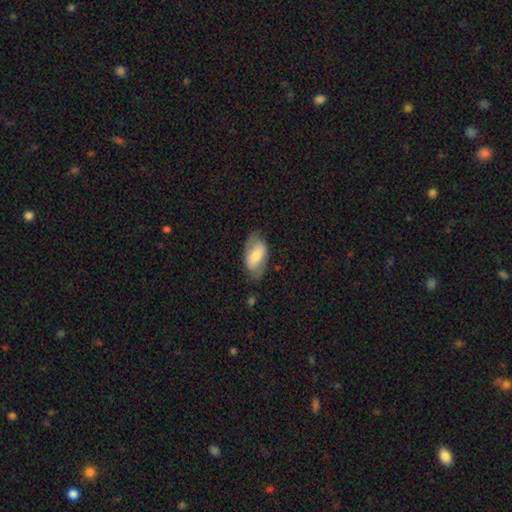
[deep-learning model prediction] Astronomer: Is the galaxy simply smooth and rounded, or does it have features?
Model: smooth — 58% (runner-up: featured or disk, 36%).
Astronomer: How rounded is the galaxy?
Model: in between — 93%.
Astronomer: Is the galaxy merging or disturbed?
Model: none — 70%.